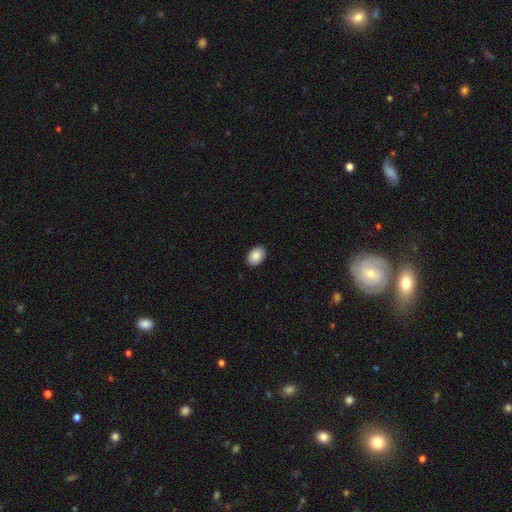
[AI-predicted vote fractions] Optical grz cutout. It shows a smooth galaxy with no disk features (89%) that is in between round and cigar-shaped (83%). Merging: none (89%).